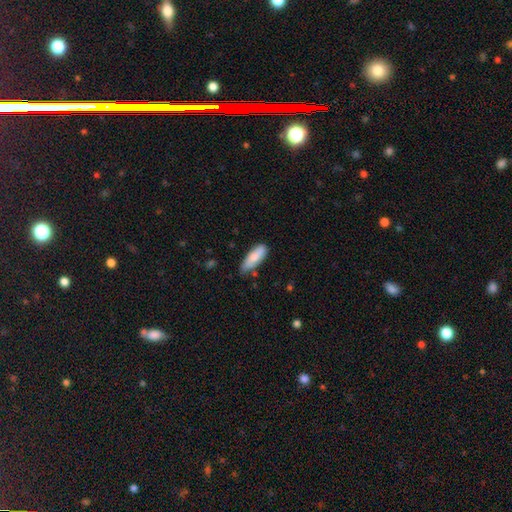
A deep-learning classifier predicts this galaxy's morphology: smooth-or-featured: smooth: 75% | featured or disk: 19% | star or artifact: 6%
  how-rounded: in between: 70% | cigar-shaped: 28% | round: 2%
  merging: none: 68% | minor disturbance: 25% | major disturbance: 4% | merger: 3%